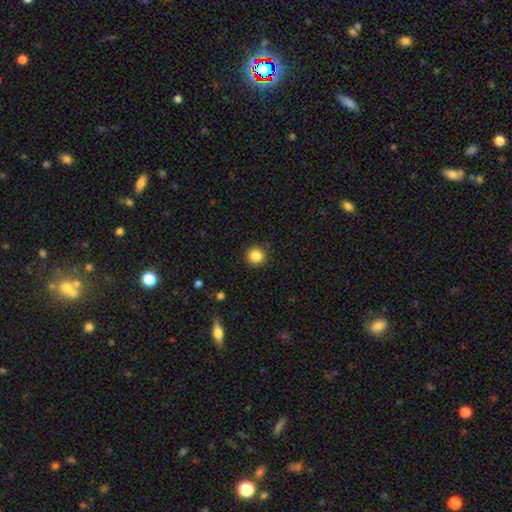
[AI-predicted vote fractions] A smooth galaxy with no disk features (85%) that is round (94%). Merging: none (90%).